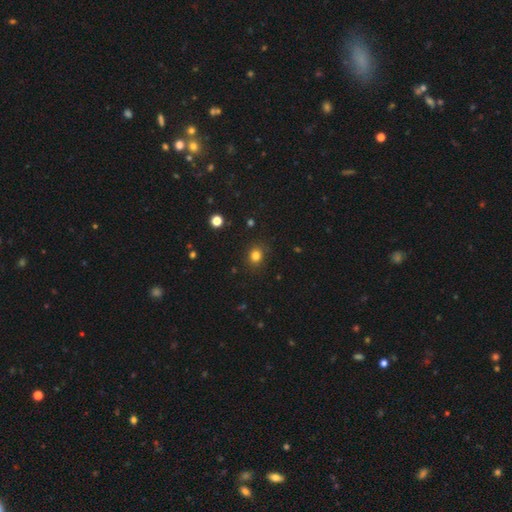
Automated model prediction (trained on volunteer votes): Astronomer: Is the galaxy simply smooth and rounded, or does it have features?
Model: smooth — 81%.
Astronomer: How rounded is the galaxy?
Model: round — 75%.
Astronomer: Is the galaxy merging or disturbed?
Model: none — 86%.